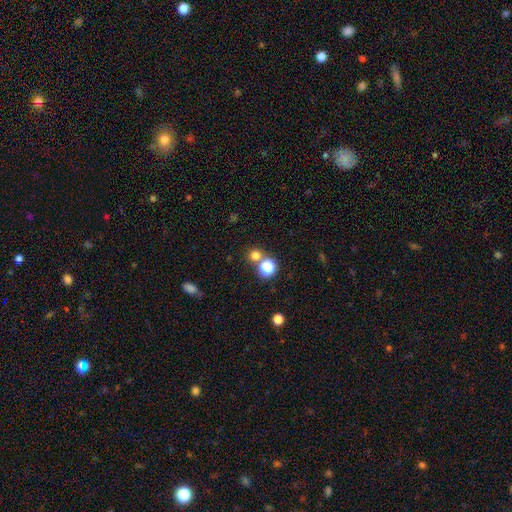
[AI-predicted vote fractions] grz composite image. It shows a smooth galaxy with no disk features (72%) that is round (87%). Merging: none (66%).